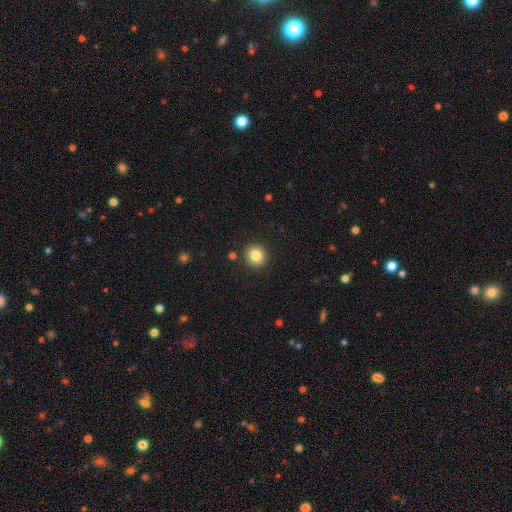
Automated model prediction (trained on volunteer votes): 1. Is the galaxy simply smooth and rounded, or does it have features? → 83% smooth, 11% star or artifact, 7% featured or disk.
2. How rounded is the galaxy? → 92% round, 7% in between, 1% cigar-shaped.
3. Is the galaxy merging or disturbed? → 91% none, 6% minor disturbance, 2% major disturbance, 2% merger.